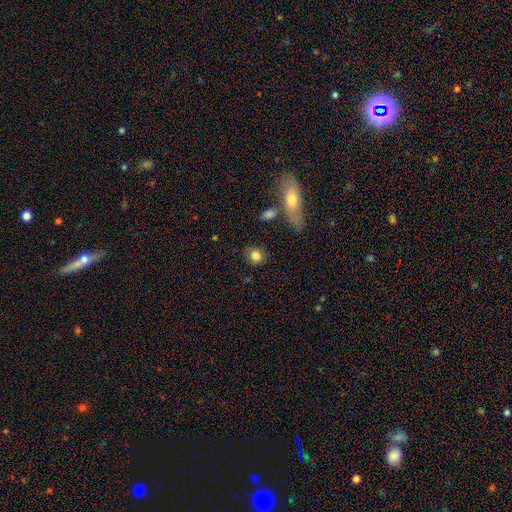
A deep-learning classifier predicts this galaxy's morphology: smooth 81%, featured or disk 10%, star or artifact 9%. Down the decision tree: how rounded — round (74%); merging — none (78%).